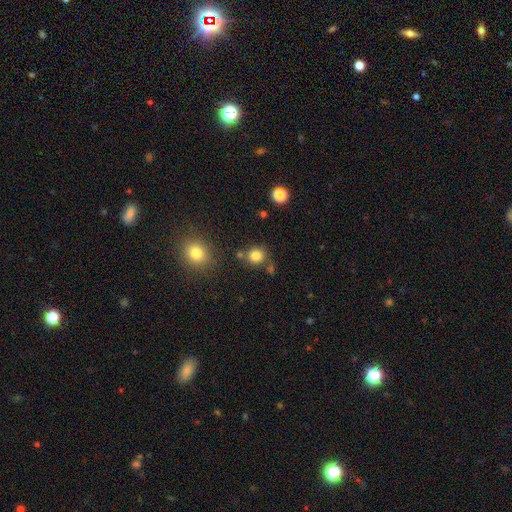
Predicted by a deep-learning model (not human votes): This appears to be a smooth galaxy with no disk features (82%) that is round (87%). Merging: none (76%).